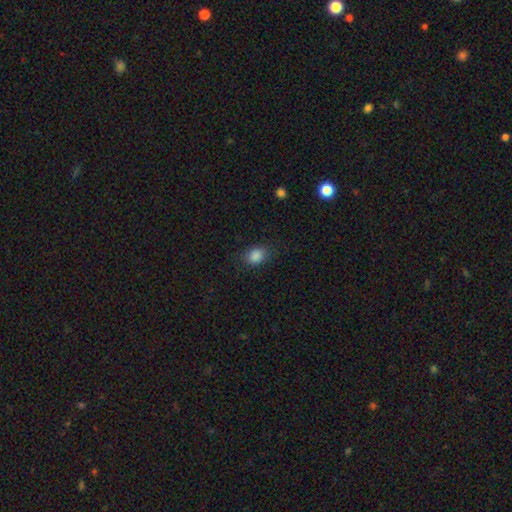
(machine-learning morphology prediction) smooth-or-featured: smooth: 86% | star or artifact: 10% | featured or disk: 4%
  how-rounded: in between: 58% | round: 41% | cigar-shaped: 1%
  merging: none: 81% | minor disturbance: 13% | major disturbance: 4% | merger: 1%